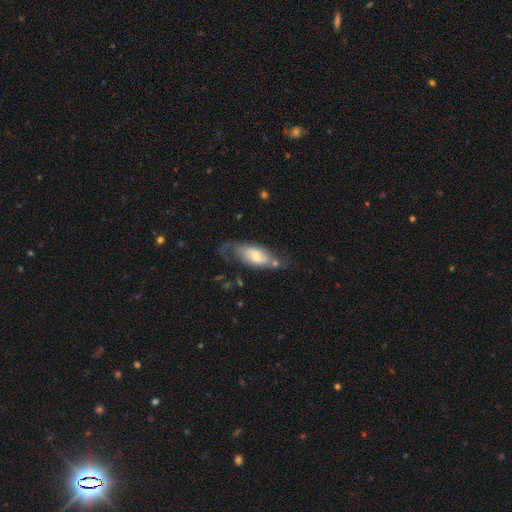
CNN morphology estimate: Smooth or featured: featured or disk — 54% (smooth — 38%)
Edge-on disk: no — 83% (yes — 17%)
Merging: none — 47% (minor disturbance — 26%)